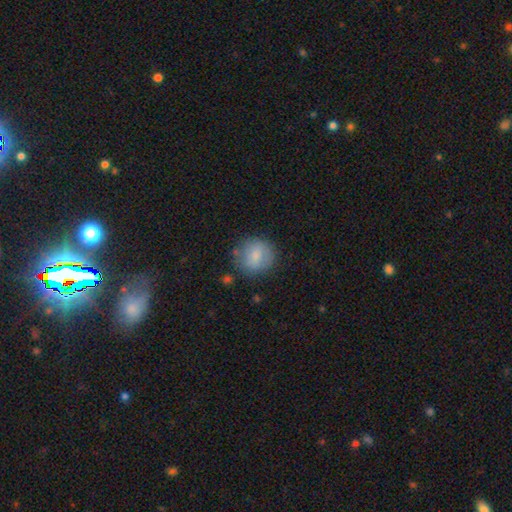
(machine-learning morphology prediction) This is likely a smooth galaxy (79%). How rounded: clearly round (89%). Merging: likely none (78%).